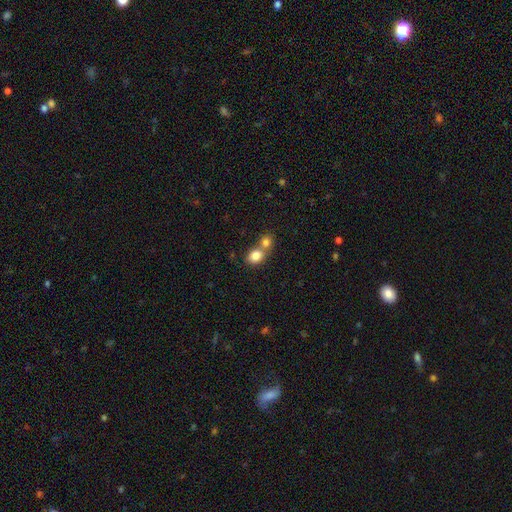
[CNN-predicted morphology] Smooth or featured? smooth (83%)
How rounded? round (52%)
Merging? merger (54%)